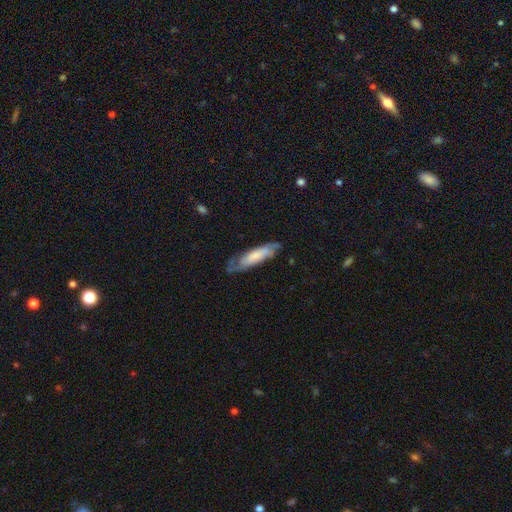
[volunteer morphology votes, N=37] Overall: featured or disk (59%; smooth 41%). Edge-on disk: no (77%). Bar: no (88%). Spiral arms: yes (82%). Spiral arm count: can't tell (57%; 2 43%). Spiral winding: tight (43%, tied with medium). Bulge size: small (35%; moderate 29%). Merging: none (54%; major disturbance 24%).